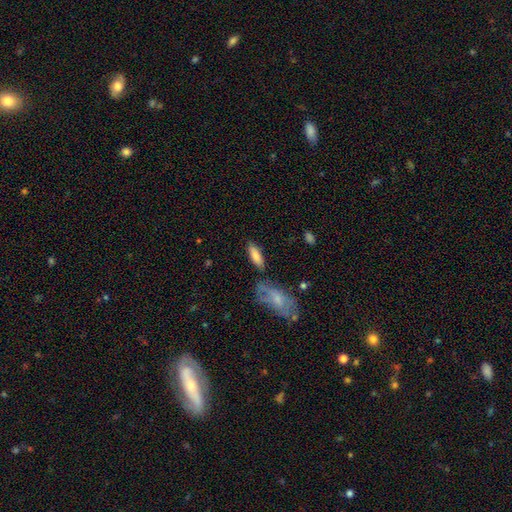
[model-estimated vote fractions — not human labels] Smooth or featured? Predicted: smooth (p=0.80). How rounded? Predicted: in between (p=0.58). Merging? Predicted: none (p=0.73).